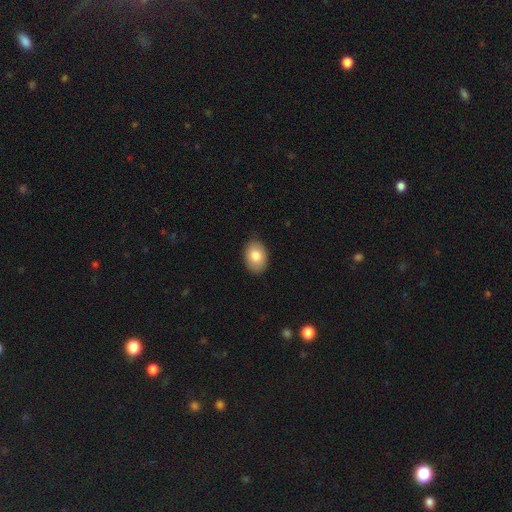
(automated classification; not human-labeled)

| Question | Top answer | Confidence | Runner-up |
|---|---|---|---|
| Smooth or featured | smooth | 82% | featured or disk (11%) |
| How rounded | in between | 82% | round (17%) |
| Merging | none | 86% | minor disturbance (11%) |